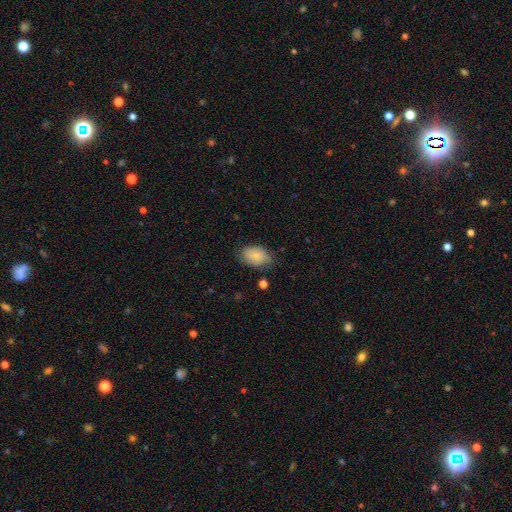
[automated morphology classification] This is likely a smooth galaxy (78%). How rounded: clearly in between (85%). Merging: likely none (67%).